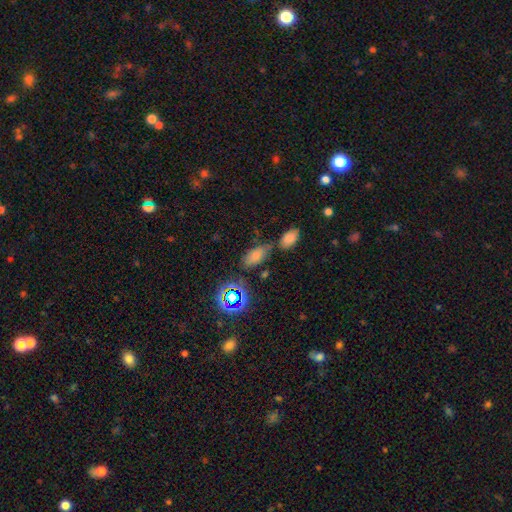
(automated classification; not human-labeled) A smooth galaxy with no disk features (69%) that is in between round and cigar-shaped (89%). Merging: none (62%).